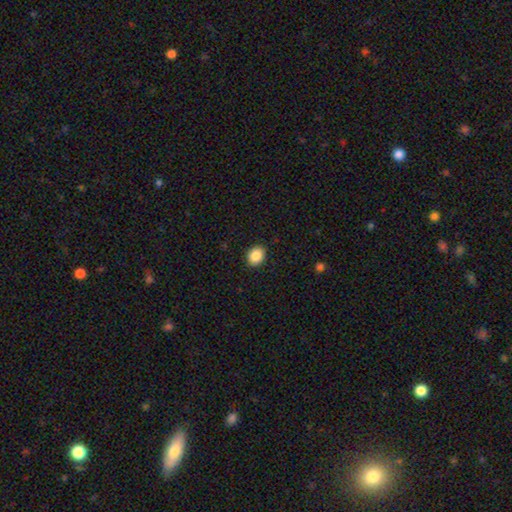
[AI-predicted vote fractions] Smooth or featured? smooth (87%)
How rounded? in between (52%)
Merging? none (91%)